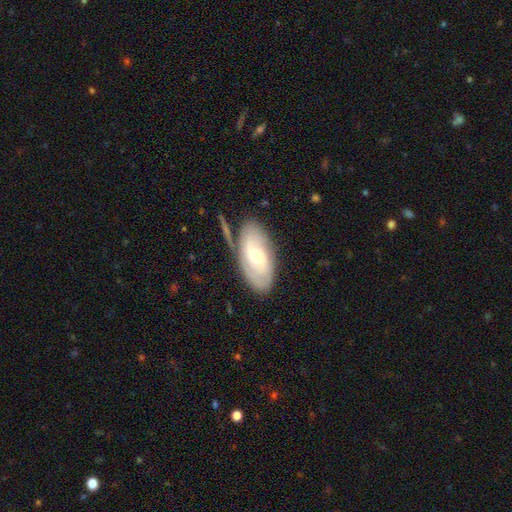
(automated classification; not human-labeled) Morphology: type=featured or disk (64%); edge-on=no (91%); bar=no (54%); spiral arms=yes (83%); bulge=small (51%); merging=none (69%).